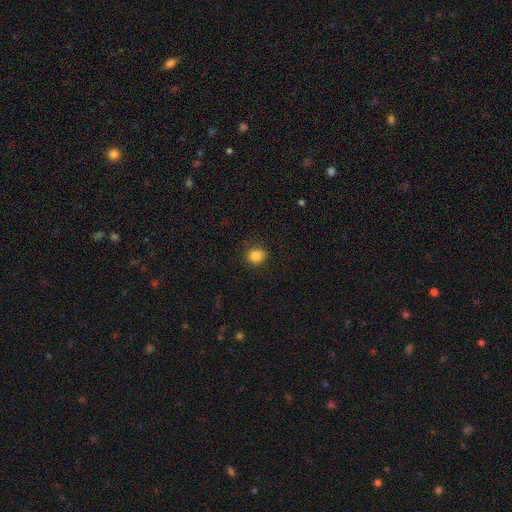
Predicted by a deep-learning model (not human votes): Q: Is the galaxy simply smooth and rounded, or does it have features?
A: smooth — 84%.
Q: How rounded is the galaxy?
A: round — 84%.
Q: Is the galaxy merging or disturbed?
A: none — 88%.